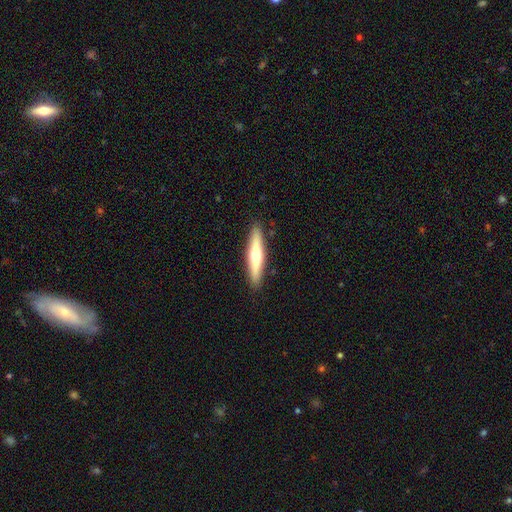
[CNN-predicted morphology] smooth 53%, featured or disk 42%, star or artifact 5%. Down the decision tree: how rounded — cigar-shaped (86%); merging — none (89%).